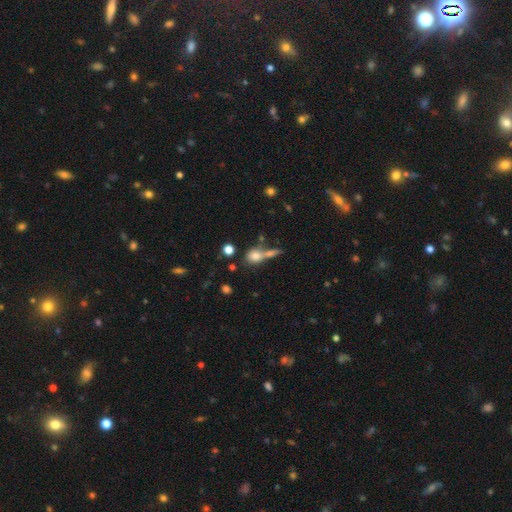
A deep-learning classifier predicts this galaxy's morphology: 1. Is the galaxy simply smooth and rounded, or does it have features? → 74% smooth, 15% featured or disk, 11% star or artifact.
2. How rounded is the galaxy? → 49% round, 42% in between, 8% cigar-shaped.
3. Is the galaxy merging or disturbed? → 42% none, 38% merger, 12% minor disturbance, 8% major disturbance.